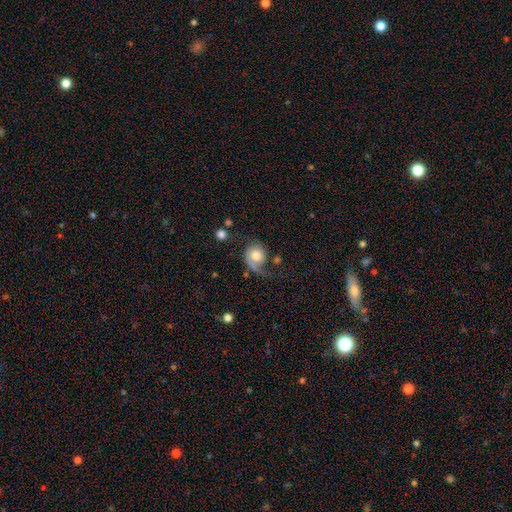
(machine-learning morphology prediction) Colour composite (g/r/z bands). It shows a featured or disk galaxy (50%). Merging: major disturbance (39%).